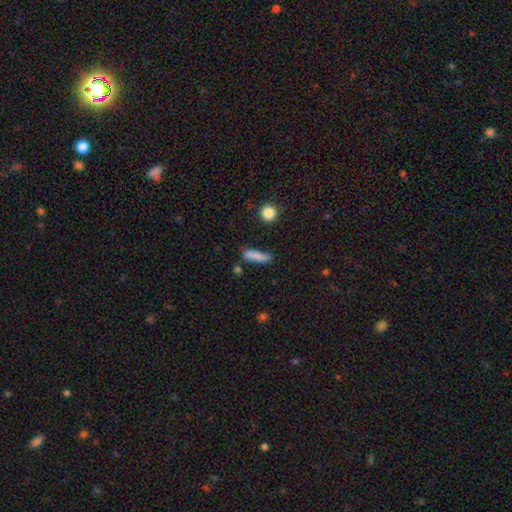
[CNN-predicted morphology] smooth-or-featured: smooth: 83% | featured or disk: 10% | star or artifact: 8%
  how-rounded: cigar-shaped: 72% | in between: 26% | round: 3%
  merging: none: 75% | minor disturbance: 17% | merger: 5% | major disturbance: 4%